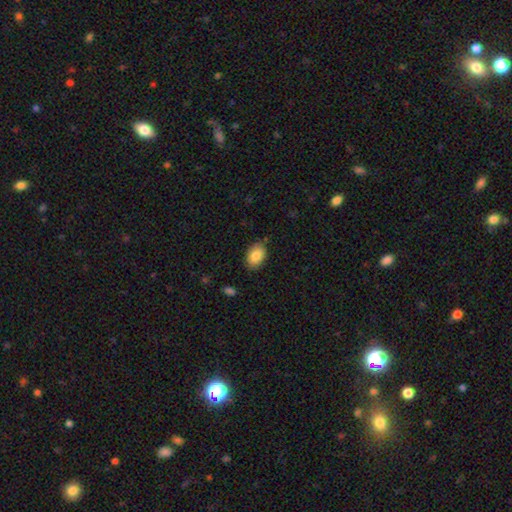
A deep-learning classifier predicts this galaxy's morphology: smooth_or_featured: smooth (p=0.85) [alt: featured or disk p=0.08]
how_rounded: in between (p=0.88) [alt: round p=0.11]
merging: none (p=0.83) [alt: minor disturbance p=0.13]